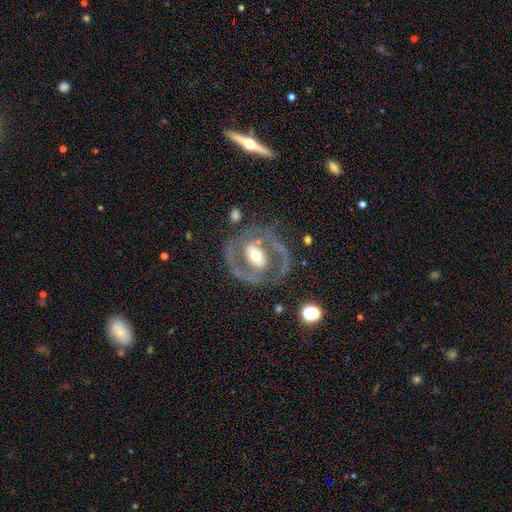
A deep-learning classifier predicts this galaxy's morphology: type=featured or disk (80%); edge-on=no (96%); bar=weak (34%); spiral arms=yes (70%); winding=medium (48%); arm count=2 (79%); bulge=moderate (67%); merging=none (70%).